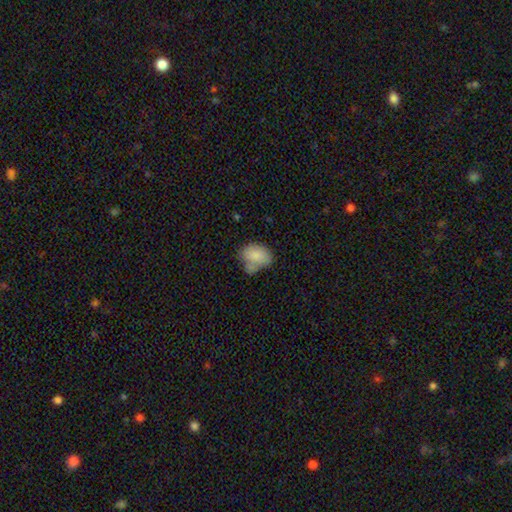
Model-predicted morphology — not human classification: A smooth galaxy with no disk features (83%) that is in between round and cigar-shaped (75%). Merging: none (41%).